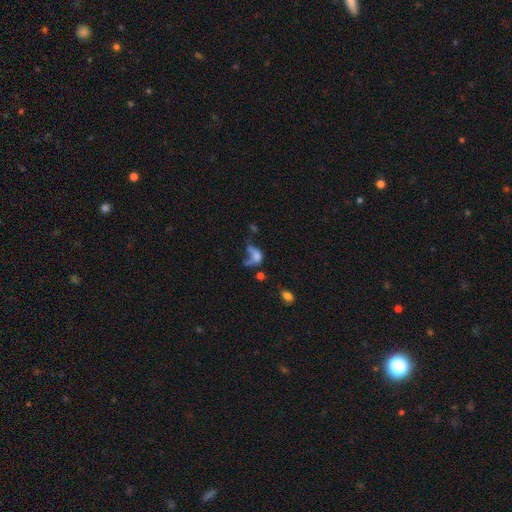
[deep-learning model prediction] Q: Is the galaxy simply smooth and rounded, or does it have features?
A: smooth — 56%.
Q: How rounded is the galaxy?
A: in between — 74%.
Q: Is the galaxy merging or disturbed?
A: major disturbance — 40%.